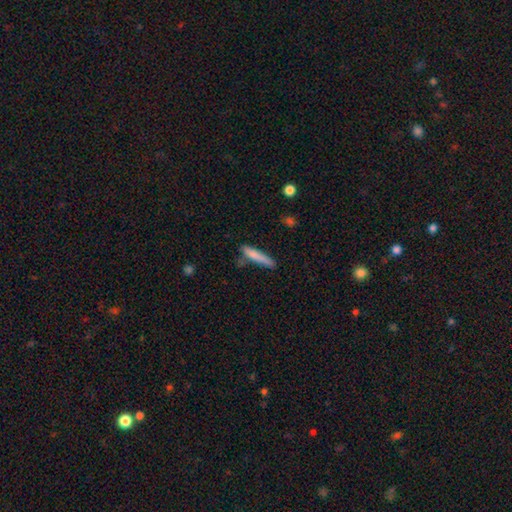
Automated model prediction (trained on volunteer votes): smooth 77%, featured or disk 16%, star or artifact 6%. Down the decision tree: how rounded — cigar-shaped (90%); merging — none (66%).